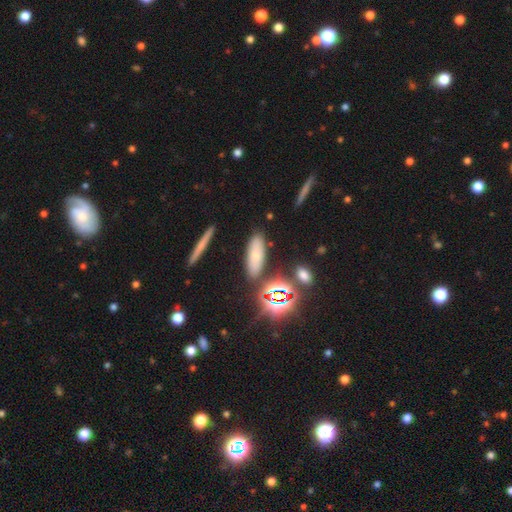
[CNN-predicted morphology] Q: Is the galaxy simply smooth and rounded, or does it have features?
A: smooth — 65%.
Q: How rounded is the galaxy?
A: in between — 61%.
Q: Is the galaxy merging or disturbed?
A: none — 84%.